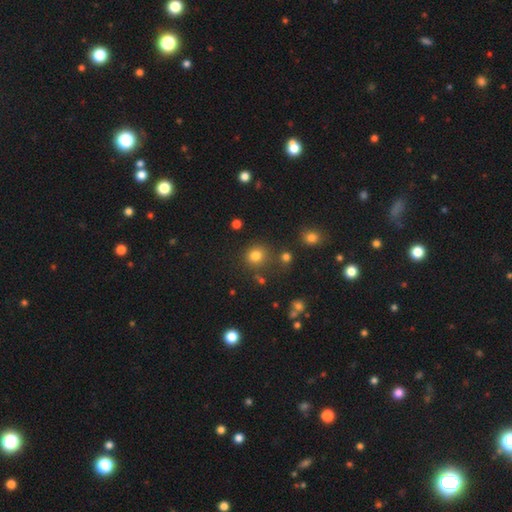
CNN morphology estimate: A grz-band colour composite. It shows a smooth galaxy with no disk features (79%) that is round (86%). Merging: none (79%).